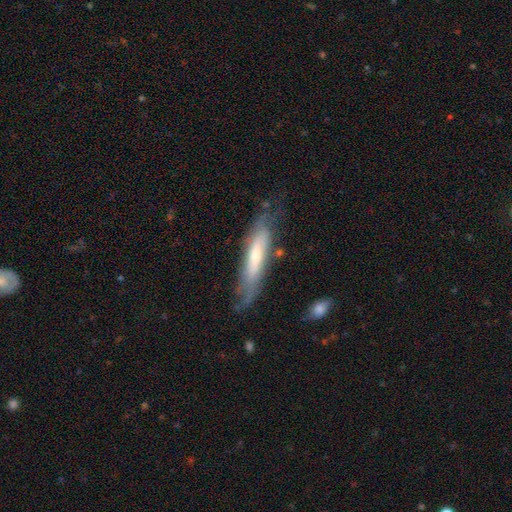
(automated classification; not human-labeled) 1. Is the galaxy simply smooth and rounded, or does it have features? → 53% featured or disk, 41% smooth, 6% star or artifact.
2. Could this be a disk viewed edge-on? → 53% yes, 47% no.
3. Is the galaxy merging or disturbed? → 62% none, 24% minor disturbance, 11% major disturbance, 3% merger.